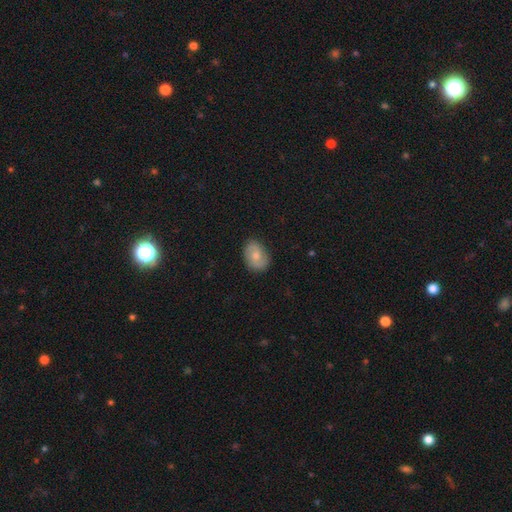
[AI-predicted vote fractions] Smooth or featured? smooth (47%)
Merging? none (82%)